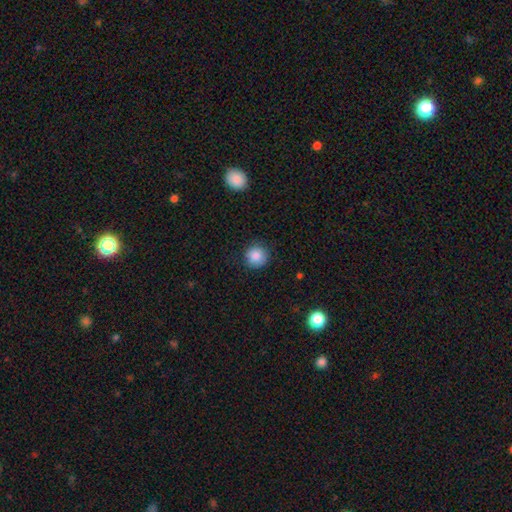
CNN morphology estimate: A smooth galaxy with no disk features (85%) that is round (94%).

Vote fractions:
- Smooth or featured? smooth: 85% / star or artifact: 9% / featured or disk: 5%
- How rounded? round: 94% / in between: 5% / cigar-shaped: 1%
- Merging? none: 87% / minor disturbance: 10% / major disturbance: 3% / merger: 1%